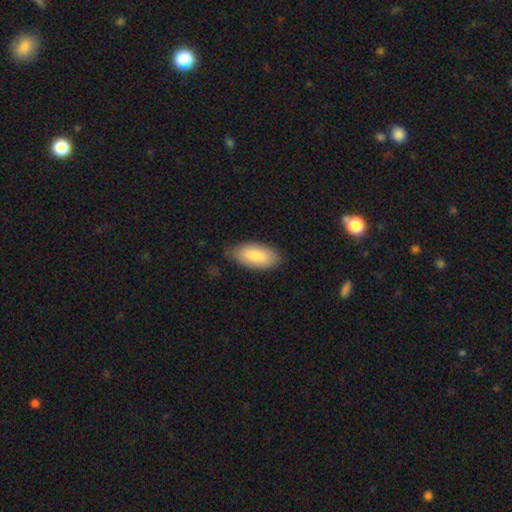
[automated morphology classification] This is clearly a smooth galaxy (83%). How rounded: clearly in between (90%). Merging: likely none (78%).